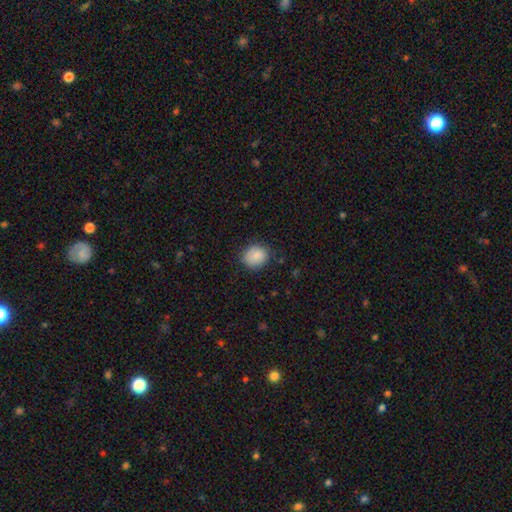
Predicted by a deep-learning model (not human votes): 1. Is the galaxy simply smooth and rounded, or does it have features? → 85% smooth, 8% star or artifact, 7% featured or disk.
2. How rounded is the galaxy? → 74% round, 25% in between, 1% cigar-shaped.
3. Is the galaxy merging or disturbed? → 80% none, 15% minor disturbance, 4% major disturbance, 1% merger.